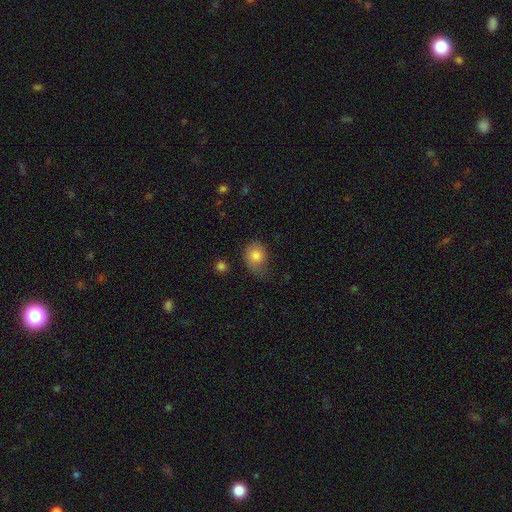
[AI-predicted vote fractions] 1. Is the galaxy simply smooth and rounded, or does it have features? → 81% smooth, 10% featured or disk, 9% star or artifact.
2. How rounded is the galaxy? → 51% round, 48% in between, 1% cigar-shaped.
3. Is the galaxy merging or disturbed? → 47% none, 36% minor disturbance, 15% major disturbance, 3% merger.